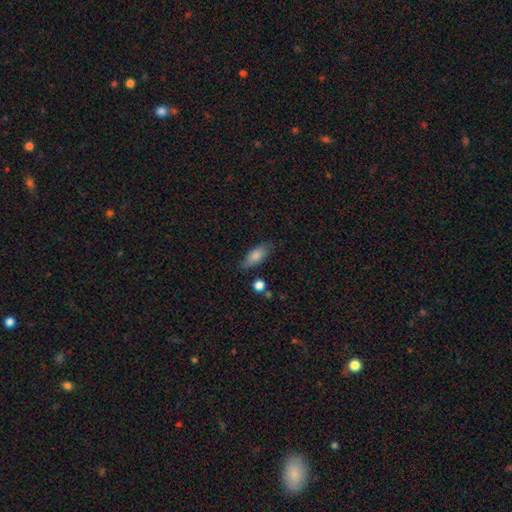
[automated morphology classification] The model was most divided on "merging": none: 74%, minor disturbance: 18%, major disturbance: 4%, merger: 3%. More confident: smooth or featured — smooth (79%); how rounded — in between (77%).